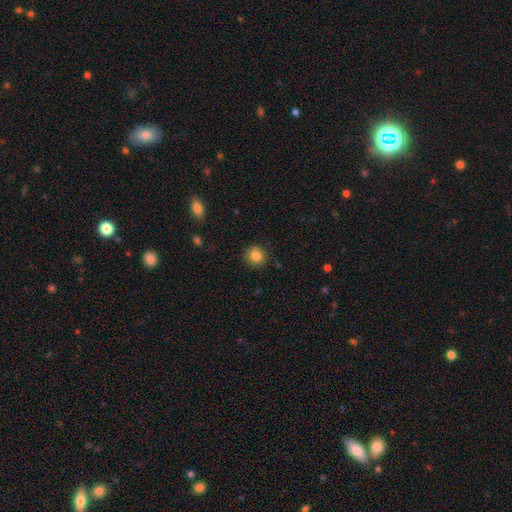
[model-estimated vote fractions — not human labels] Smooth or featured: smooth — 84% (star or artifact — 10%)
How rounded: round — 92% (in between — 7%)
Merging: none — 89% (minor disturbance — 7%)